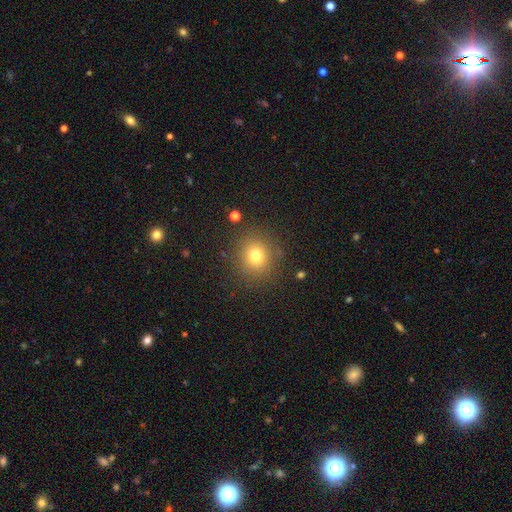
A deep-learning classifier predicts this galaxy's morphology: smooth 76%, star or artifact 15%, featured or disk 9%. Down the decision tree: how rounded — round (86%); merging — none (86%).